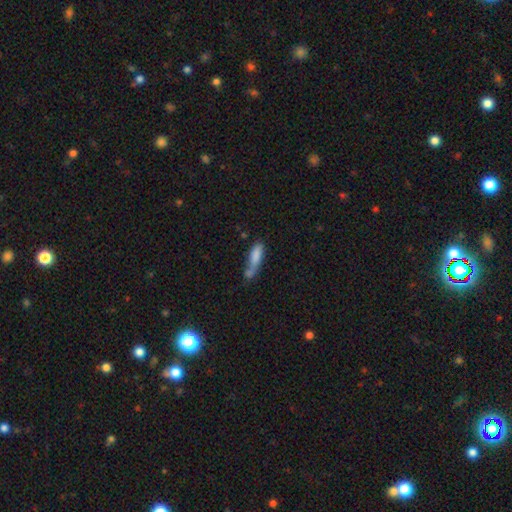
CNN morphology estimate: The model was most divided on "merging": none: 34%, merger: 27%, minor disturbance: 24%, major disturbance: 15%. More confident: smooth or featured — smooth (76%); how rounded — cigar-shaped (57%).